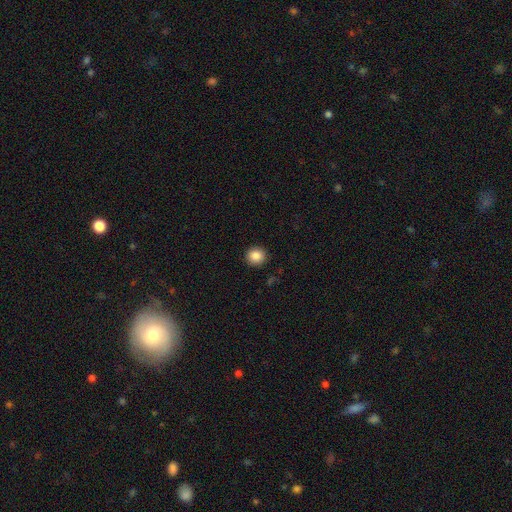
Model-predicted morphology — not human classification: smooth 87%, star or artifact 9%, featured or disk 4%. Down the decision tree: how rounded — round (87%); merging — none (91%).